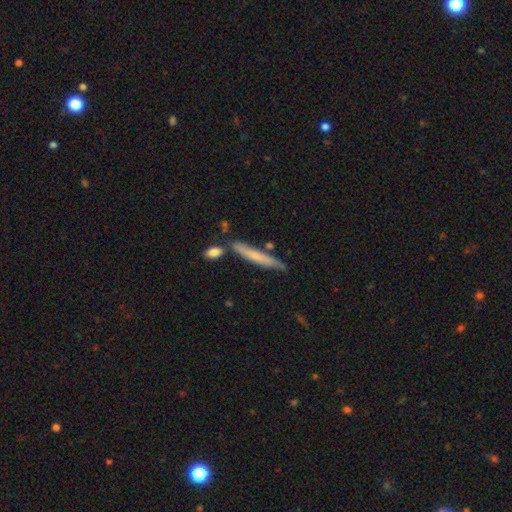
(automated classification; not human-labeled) Overall: smooth (60%; featured or disk 34%). How rounded: cigar-shaped (93%). Merging: none (71%).